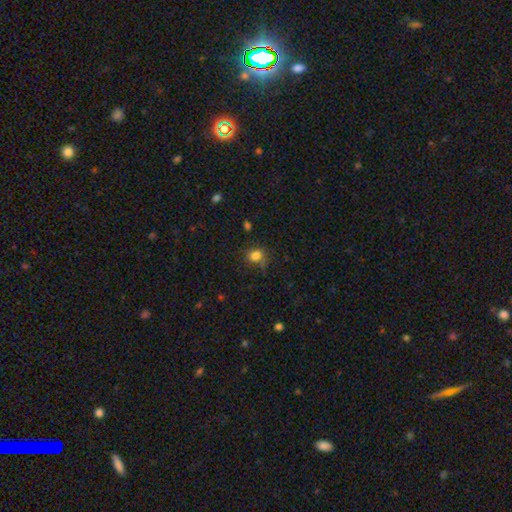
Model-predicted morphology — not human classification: smooth_or_featured: smooth (p=0.81) [alt: star or artifact p=0.13]
how_rounded: round (p=0.61) [alt: in between p=0.38]
merging: none (p=0.64) [alt: minor disturbance p=0.23]